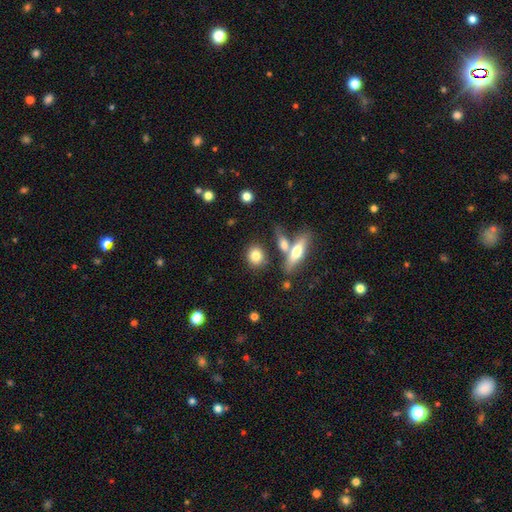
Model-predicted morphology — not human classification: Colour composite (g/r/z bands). It shows a smooth galaxy with no disk features (79%) that is round (62%). Merging: none (70%).